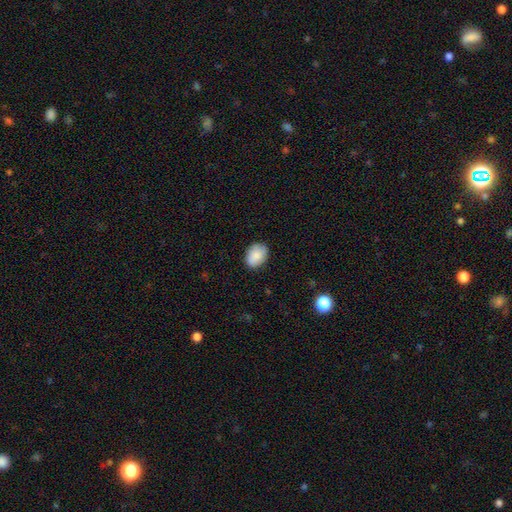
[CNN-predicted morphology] Smooth or featured: smooth — 87% (star or artifact — 7%)
How rounded: in between — 76% (round — 23%)
Merging: none — 83% (minor disturbance — 13%)